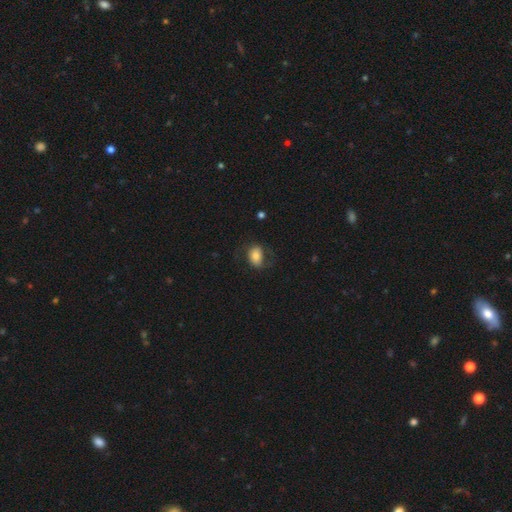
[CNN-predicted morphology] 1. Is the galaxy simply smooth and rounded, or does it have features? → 70% smooth, 22% featured or disk, 8% star or artifact.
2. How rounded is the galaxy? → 73% in between, 25% round, 1% cigar-shaped.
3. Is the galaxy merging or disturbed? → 63% none, 20% minor disturbance, 16% major disturbance, 2% merger.